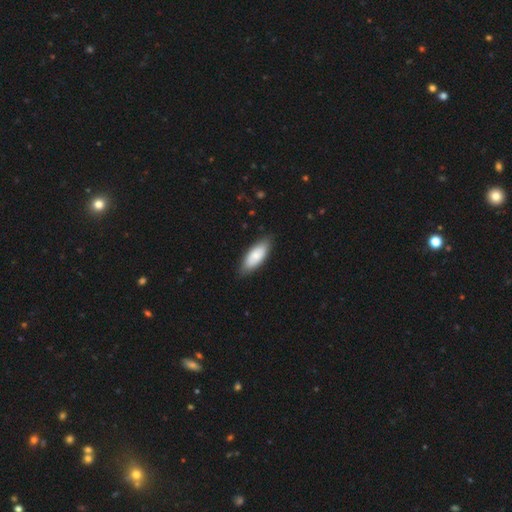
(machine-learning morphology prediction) Overall: smooth (77%). How rounded: in between (78%). Merging: none (82%).